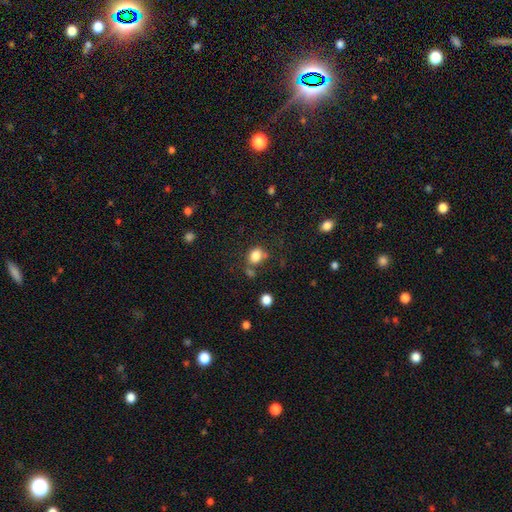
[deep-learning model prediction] Smooth or featured? smooth (82%)
How rounded? round (52%)
Merging? none (60%)